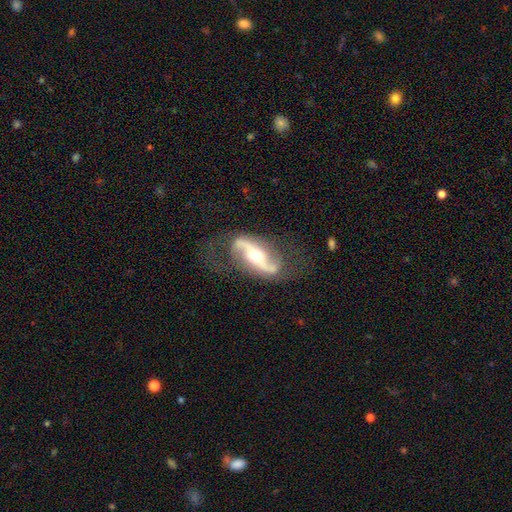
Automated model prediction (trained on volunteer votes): This is clearly a featured or disk galaxy (88%). It is clearly not viewed edge-on (94%). Bar: marginally strong (36%, tied with no). Spiral arm pattern: clearly yes (96%). Spiral arm count: clearly 2 (93%). Spiral winding: likely loose (67%). Central bulge: likely moderate (62%). Merging: likely none (70%).